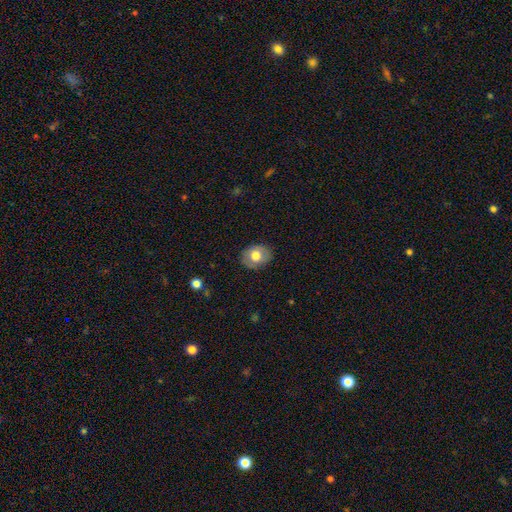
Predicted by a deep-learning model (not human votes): Overall: smooth (72%). How rounded: in between (53%; round 46%). Merging: none (84%).